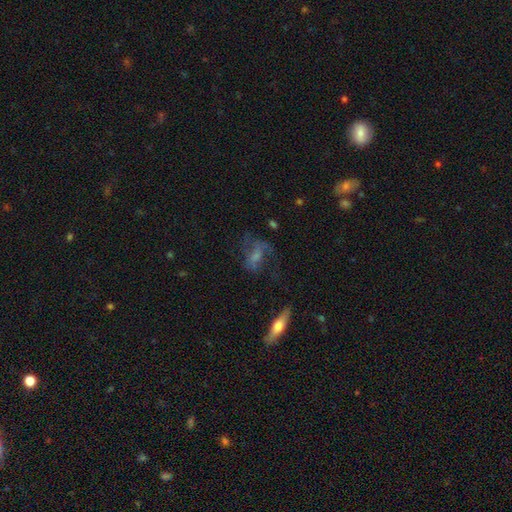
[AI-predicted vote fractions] The model was most divided on "smooth or featured": featured or disk: 47%, smooth: 38%, star or artifact: 15%. Remaining: merging — none (43%).